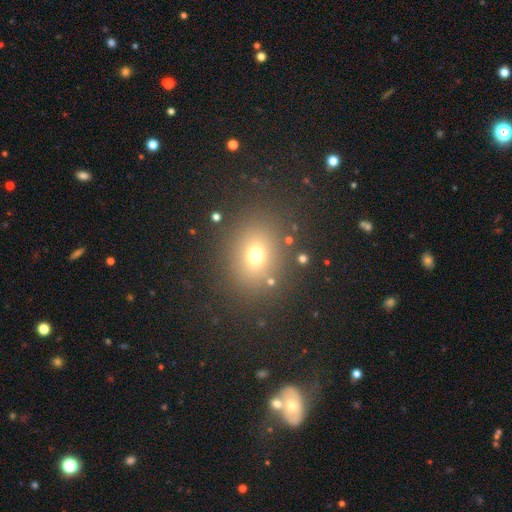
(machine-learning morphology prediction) smooth 69%, star or artifact 20%, featured or disk 11%. Down the decision tree: how rounded — round (54%); merging — none (83%).